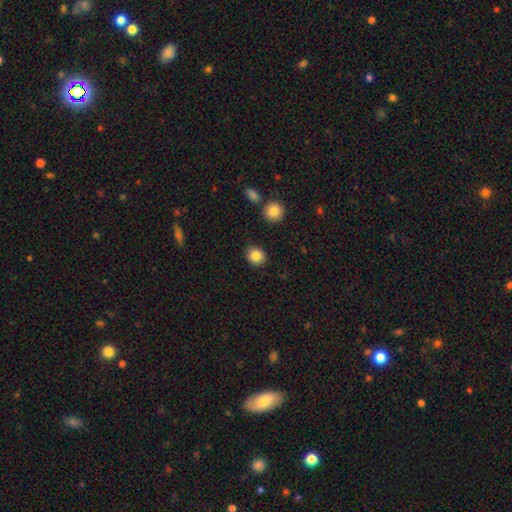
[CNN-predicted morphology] smooth_or_featured: smooth (p=0.85) [alt: star or artifact p=0.10]
how_rounded: round (p=0.77) [alt: in between p=0.22]
merging: none (p=0.89) [alt: minor disturbance p=0.07]